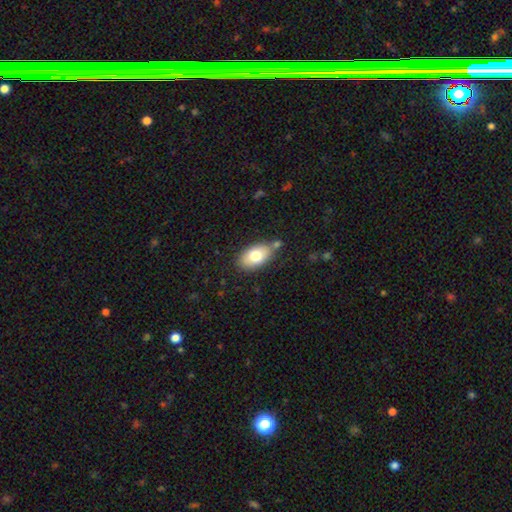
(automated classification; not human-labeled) A smooth galaxy with no disk features (75%) that is in between round and cigar-shaped (92%).

Vote fractions:
- Smooth or featured? smooth: 75% / featured or disk: 18% / star or artifact: 7%
- How rounded? in between: 92% / round: 6% / cigar-shaped: 2%
- Merging? none: 73% / minor disturbance: 15% / merger: 8% / major disturbance: 3%